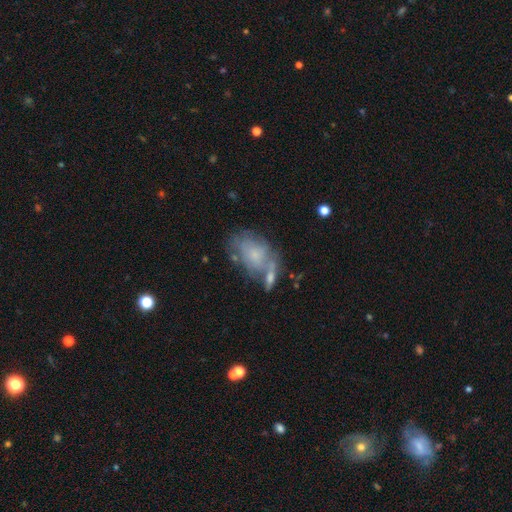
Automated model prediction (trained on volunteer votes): The model was most divided on "merging": none: 36%, merger: 29%, minor disturbance: 21%, major disturbance: 14%. Remaining: smooth or featured — smooth (49%).